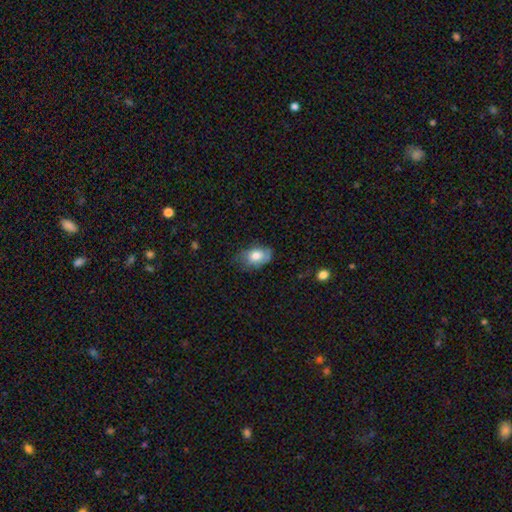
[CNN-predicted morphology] Q: Smooth or featured?
A: smooth (70%); runner-up: featured or disk (23%)
Q: How rounded?
A: in between (87%); runner-up: round (11%)
Q: Merging?
A: none (57%); runner-up: minor disturbance (32%)